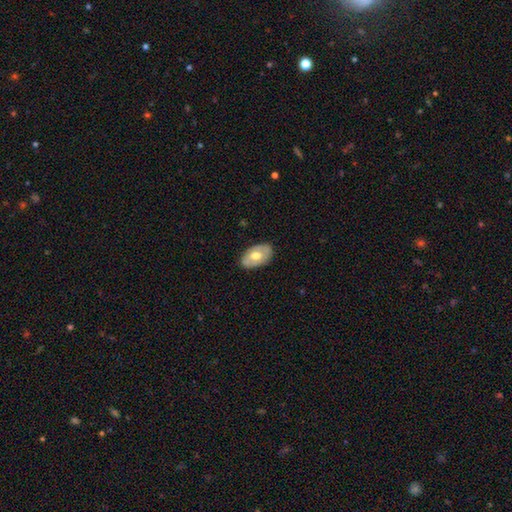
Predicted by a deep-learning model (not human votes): This appears to be a smooth galaxy with no disk features (51%) that is in between round and cigar-shaped (91%). Merging: none (81%).